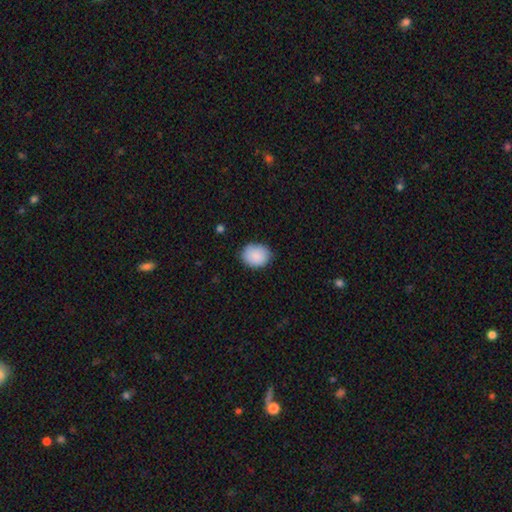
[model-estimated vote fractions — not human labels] Smooth or featured?
  - smooth: 89% *
  - star or artifact: 7%
  - featured or disk: 5%
How rounded?
  - in between: 51% *
  - round: 48%
  - cigar-shaped: 1%
Merging?
  - none: 81% *
  - minor disturbance: 15%
  - major disturbance: 3%
  - merger: 1%